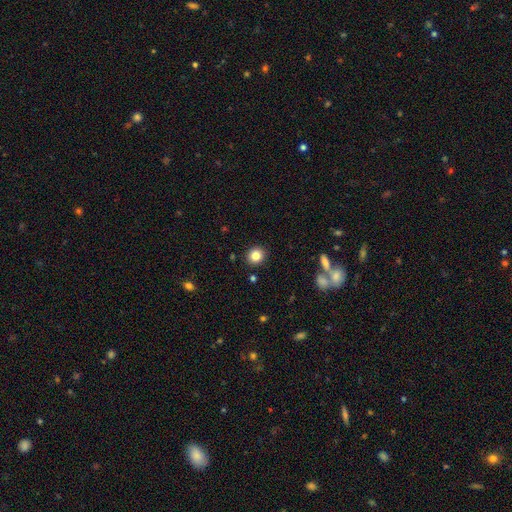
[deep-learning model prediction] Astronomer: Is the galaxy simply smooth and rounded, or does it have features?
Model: smooth — 83%.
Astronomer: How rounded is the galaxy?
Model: round — 84%.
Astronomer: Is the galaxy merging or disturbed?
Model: none — 91%.